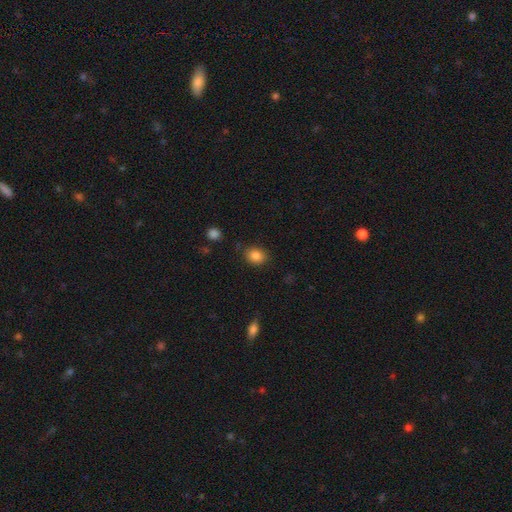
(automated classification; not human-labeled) The model was most divided on "how rounded": in between: 54%, round: 45%, cigar-shaped: 1%. More confident: smooth or featured — smooth (86%); merging — none (80%).